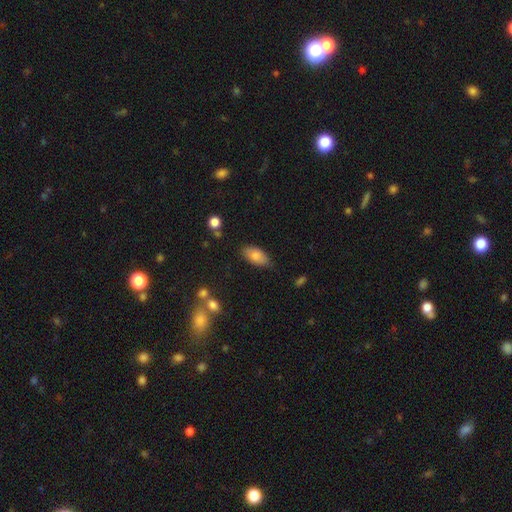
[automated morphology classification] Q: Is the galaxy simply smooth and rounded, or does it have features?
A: smooth — 81%.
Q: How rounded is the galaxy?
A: in between — 91%.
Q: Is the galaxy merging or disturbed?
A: none — 75%.